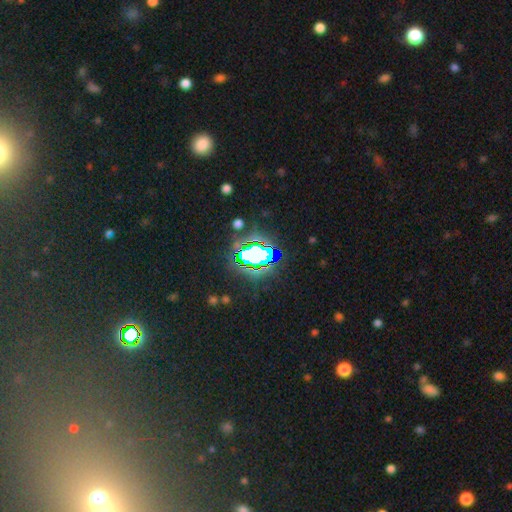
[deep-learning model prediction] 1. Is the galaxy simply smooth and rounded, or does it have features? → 66% star or artifact, 19% smooth, 15% featured or disk.